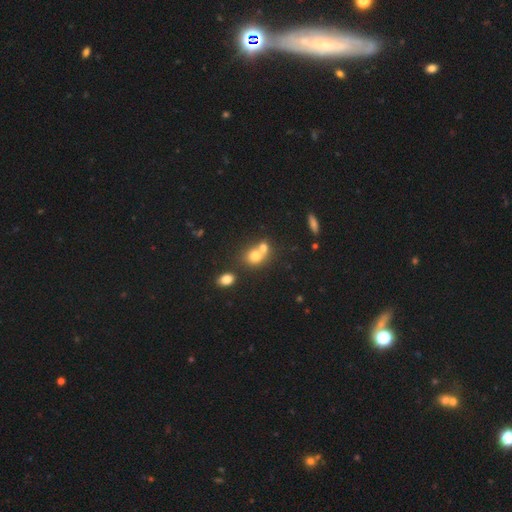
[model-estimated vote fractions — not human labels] This is likely a smooth galaxy (72%). How rounded: likely round (68%). Merging: possibly merger (59%).